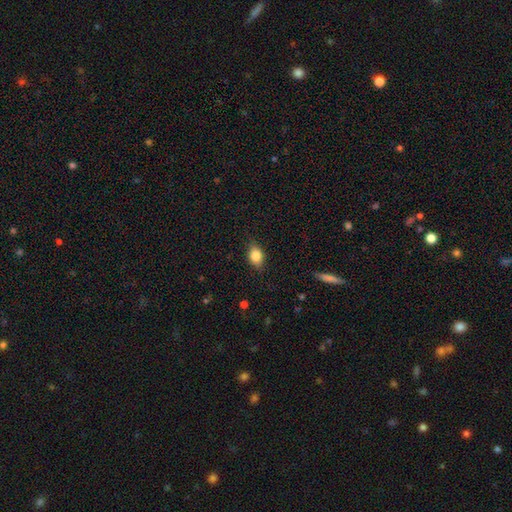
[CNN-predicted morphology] smooth 82%, featured or disk 9%, star or artifact 9%. Down the decision tree: how rounded — in between (68%); merging — none (81%).